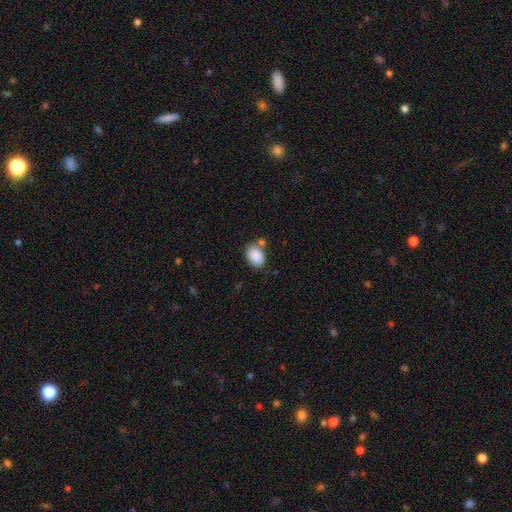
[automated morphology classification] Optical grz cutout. It shows a smooth galaxy with no disk features (89%) that is in between round and cigar-shaped (78%). Merging: none (64%).